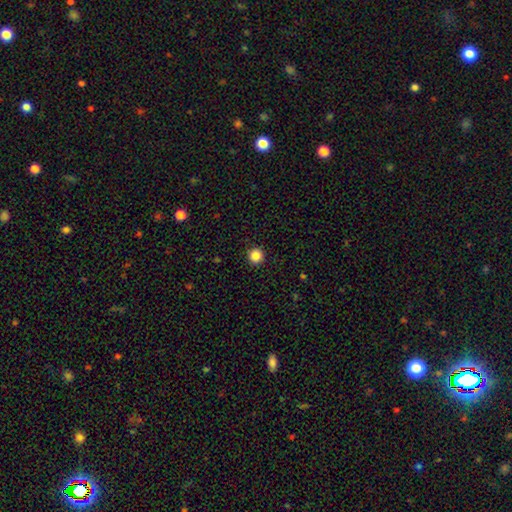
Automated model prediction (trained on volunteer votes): The model was most divided on "smooth or featured": smooth: 86%, star or artifact: 11%, featured or disk: 4%. More confident: how rounded — round (95%); merging — none (93%).